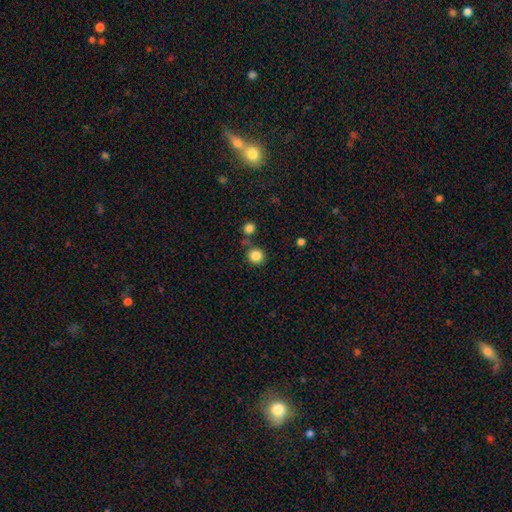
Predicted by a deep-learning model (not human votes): smooth-or-featured: smooth: 85% | star or artifact: 11% | featured or disk: 4%
  how-rounded: round: 91% | in between: 8% | cigar-shaped: 1%
  merging: none: 76% | merger: 11% | minor disturbance: 9% | major disturbance: 3%